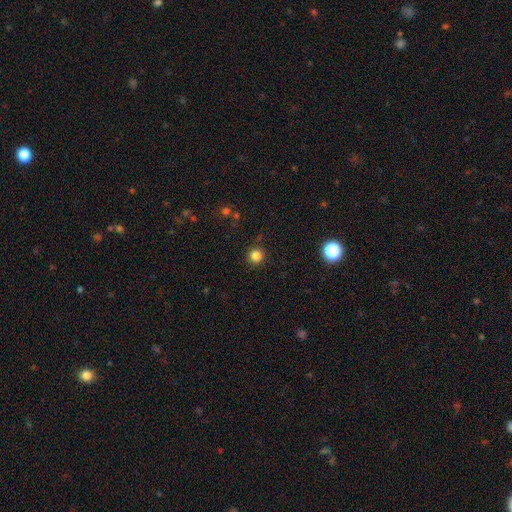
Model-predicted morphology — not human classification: Smooth or featured?
  - smooth: 83% *
  - star or artifact: 13%
  - featured or disk: 4%
How rounded?
  - round: 95% *
  - in between: 4%
  - cigar-shaped: 1%
Merging?
  - none: 90% *
  - minor disturbance: 6%
  - major disturbance: 2%
  - merger: 1%